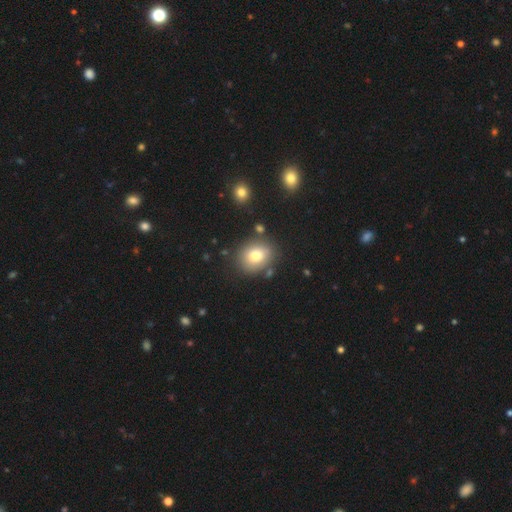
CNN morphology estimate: smooth-or-featured: smooth: 77% | featured or disk: 13% | star or artifact: 11%
  how-rounded: round: 57% | in between: 42% | cigar-shaped: 1%
  merging: none: 80% | minor disturbance: 11% | merger: 6% | major disturbance: 4%